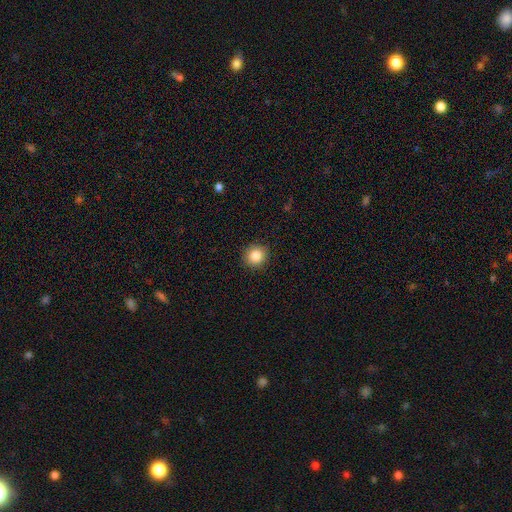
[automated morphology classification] Smooth or featured? smooth (85%)
How rounded? round (90%)
Merging? none (91%)